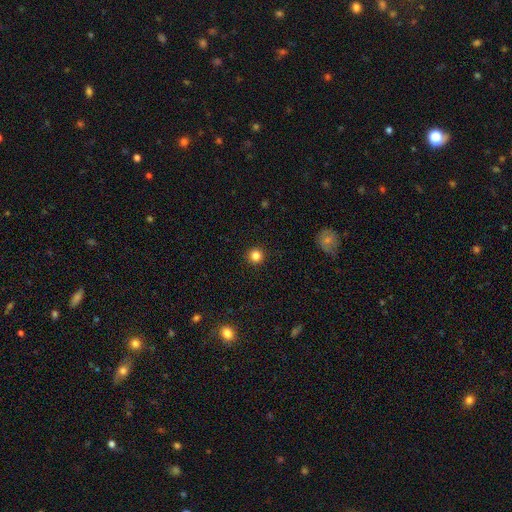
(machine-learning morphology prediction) Smooth or featured? Predicted: smooth (p=0.83). How rounded? Predicted: round (p=0.96). Merging? Predicted: none (p=0.93).